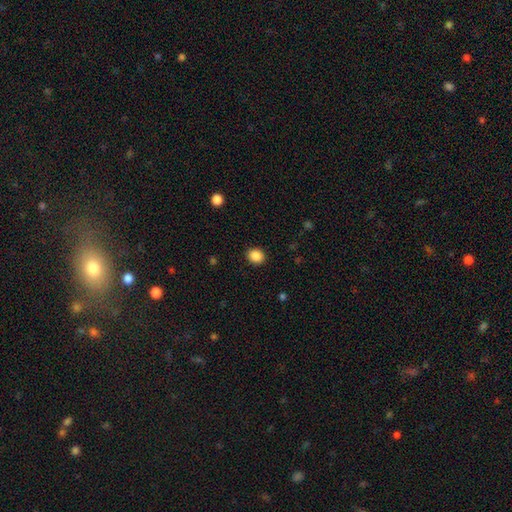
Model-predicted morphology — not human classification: A smooth galaxy with no disk features (87%) that is round (72%).

Vote fractions:
- Smooth or featured? smooth: 87% / star or artifact: 10% / featured or disk: 3%
- How rounded? round: 72% / in between: 27% / cigar-shaped: 1%
- Merging? none: 91% / minor disturbance: 6% / major disturbance: 2% / merger: 1%